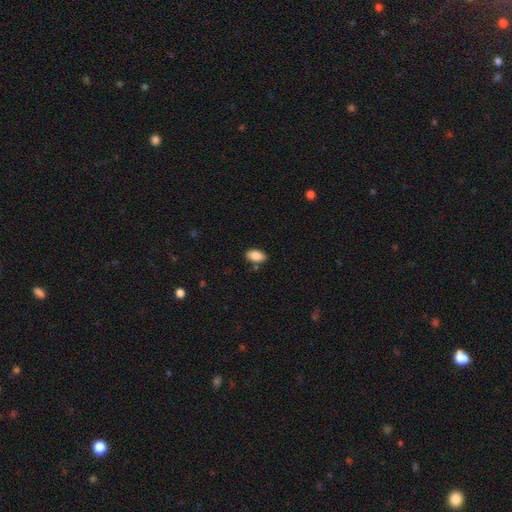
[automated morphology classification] This appears to be a smooth galaxy with no disk features (87%) that is in between round and cigar-shaped (93%). Merging: none (81%).